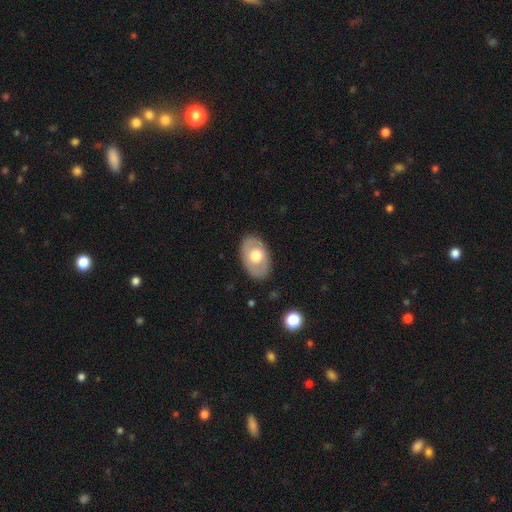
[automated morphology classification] Smooth or featured: smooth — 53% (featured or disk — 42%)
How rounded: in between — 86% (round — 13%)
Merging: none — 84% (minor disturbance — 12%)